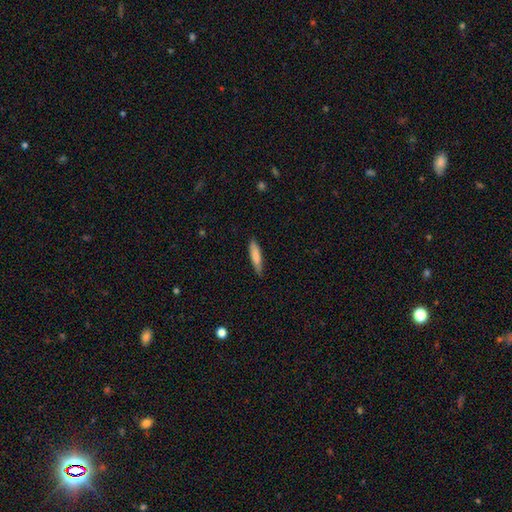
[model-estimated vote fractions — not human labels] Q: Smooth or featured?
A: smooth (82%); runner-up: featured or disk (12%)
Q: How rounded?
A: cigar-shaped (78%); runner-up: in between (21%)
Q: Merging?
A: none (80%); runner-up: minor disturbance (17%)